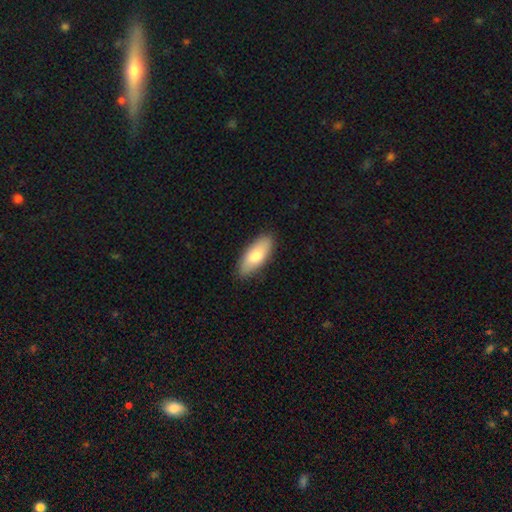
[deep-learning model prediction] Q: Smooth or featured?
A: smooth (79%); runner-up: featured or disk (16%)
Q: How rounded?
A: in between (78%); runner-up: cigar-shaped (19%)
Q: Merging?
A: none (87%); runner-up: minor disturbance (10%)